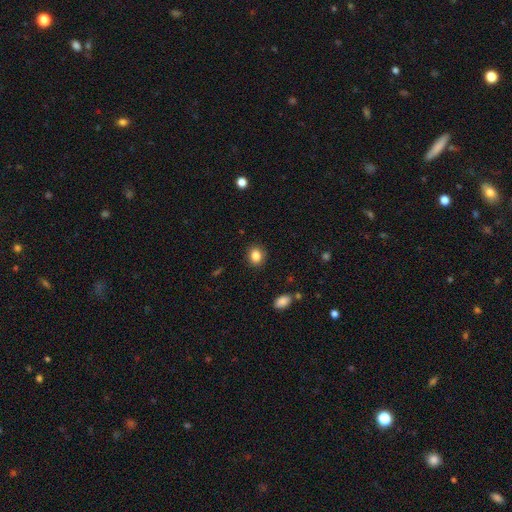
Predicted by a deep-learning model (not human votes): smooth_or_featured: smooth (p=0.85) [alt: star or artifact p=0.10]
how_rounded: round (p=0.63) [alt: in between p=0.36]
merging: none (p=0.89) [alt: minor disturbance p=0.07]